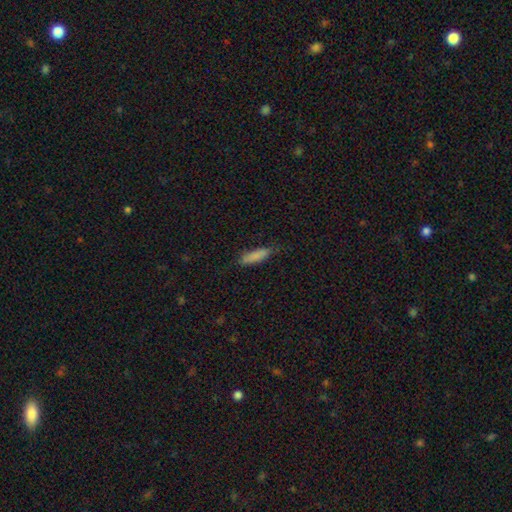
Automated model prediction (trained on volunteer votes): Q: Smooth or featured?
A: smooth (85%); runner-up: featured or disk (8%)
Q: How rounded?
A: cigar-shaped (61%); runner-up: in between (37%)
Q: Merging?
A: none (75%); runner-up: minor disturbance (20%)